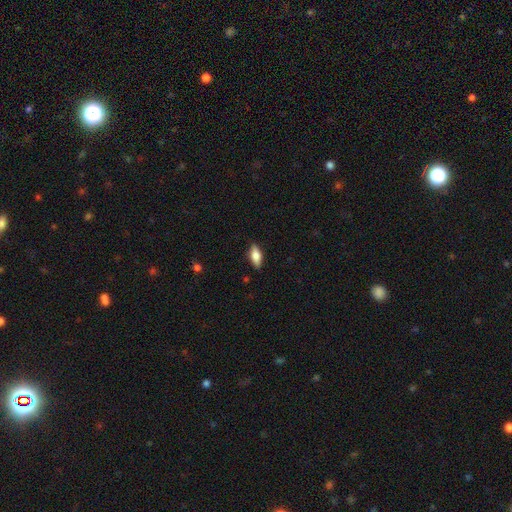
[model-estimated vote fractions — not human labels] Smooth or featured? smooth (70%)
How rounded? in between (78%)
Merging? none (87%)